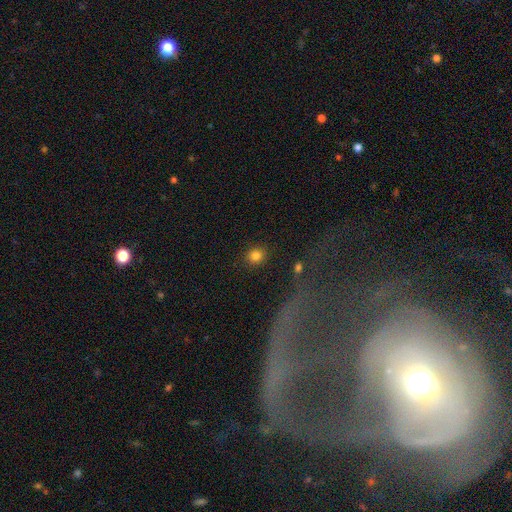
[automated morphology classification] smooth_or_featured: smooth (p=0.82) [alt: star or artifact p=0.11]
how_rounded: round (p=0.84) [alt: in between p=0.15]
merging: none (p=0.88) [alt: minor disturbance p=0.07]